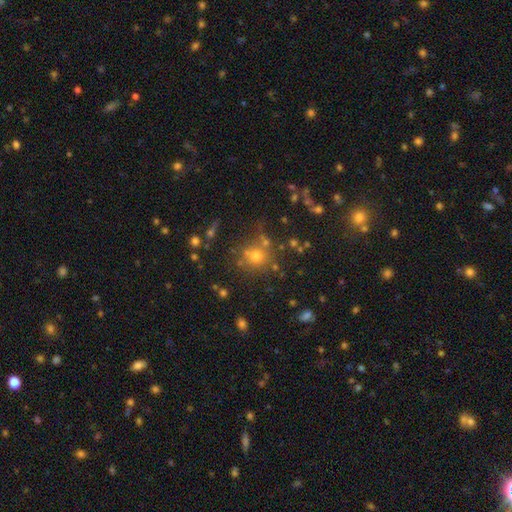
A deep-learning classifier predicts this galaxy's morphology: Smooth or featured? smooth (63%)
How rounded? round (88%)
Merging? none (71%)